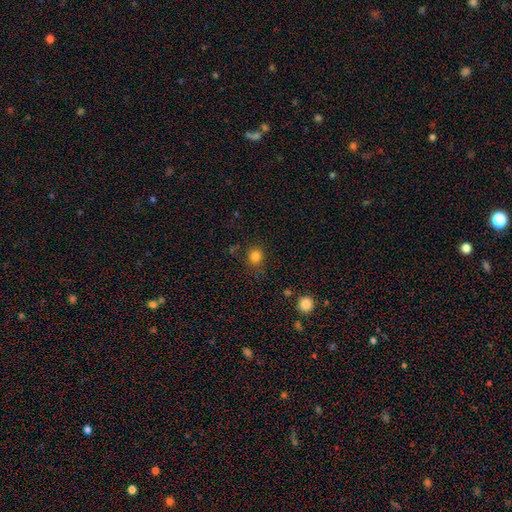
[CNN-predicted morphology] The model was most divided on "smooth or featured": smooth: 82%, star or artifact: 13%, featured or disk: 5%. More confident: how rounded — round (86%); merging — none (82%).